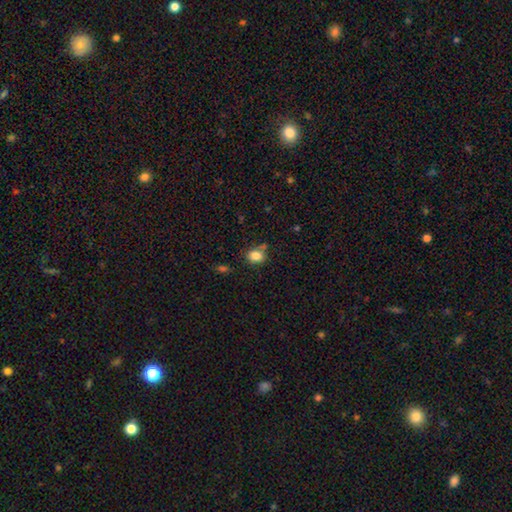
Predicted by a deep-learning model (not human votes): Smooth or featured?
  - smooth: 84% *
  - star or artifact: 10%
  - featured or disk: 6%
How rounded?
  - in between: 50% *
  - round: 49%
  - cigar-shaped: 1%
Merging?
  - none: 66% *
  - minor disturbance: 18%
  - merger: 11%
  - major disturbance: 5%